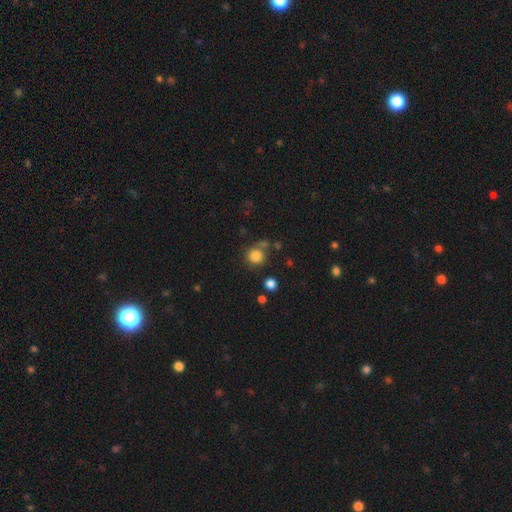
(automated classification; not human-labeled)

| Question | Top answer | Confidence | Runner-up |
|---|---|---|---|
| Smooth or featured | smooth | 83% | star or artifact (12%) |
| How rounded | round | 91% | in between (9%) |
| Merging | none | 72% | merger (13%) |